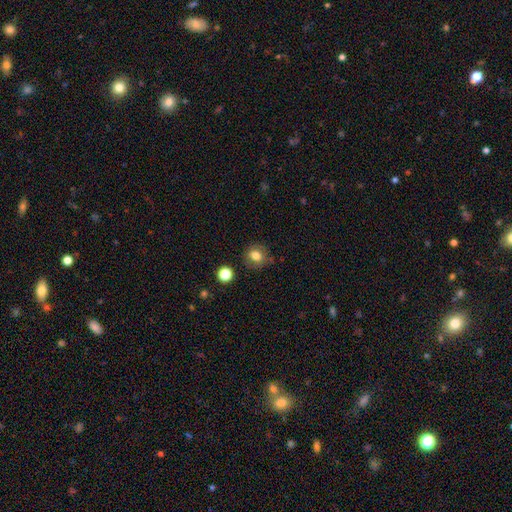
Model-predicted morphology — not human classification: smooth 78%, star or artifact 11%, featured or disk 11%. Down the decision tree: how rounded — round (78%); merging — none (80%).